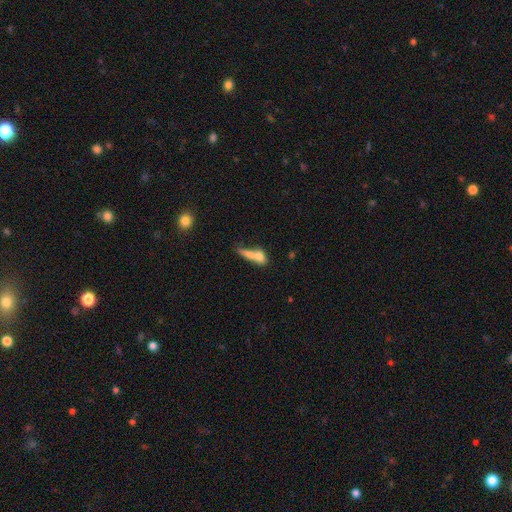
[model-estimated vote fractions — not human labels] smooth-or-featured: smooth: 66% | featured or disk: 25% | star or artifact: 9%
  how-rounded: in between: 46% | cigar-shaped: 39% | round: 14%
  merging: merger: 55% | none: 24% | minor disturbance: 11% | major disturbance: 10%